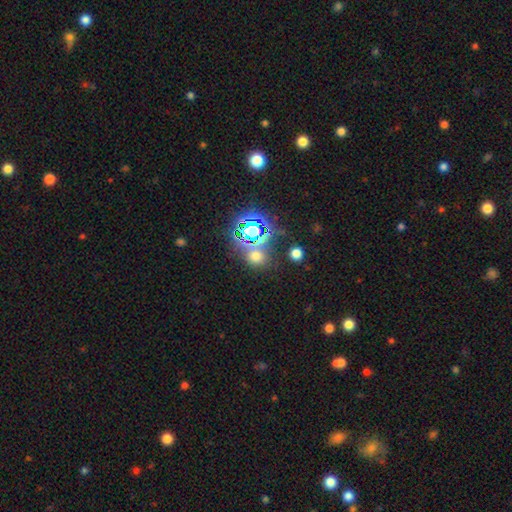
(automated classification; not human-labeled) Morphology: type=smooth (48%); merging=none (71%).